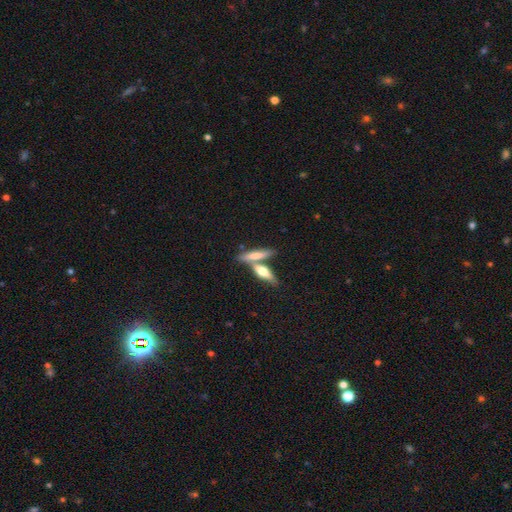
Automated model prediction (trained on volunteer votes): Overall: smooth (61%; featured or disk 33%). How rounded: cigar-shaped (70%). Merging: none (47%; merger 41%).